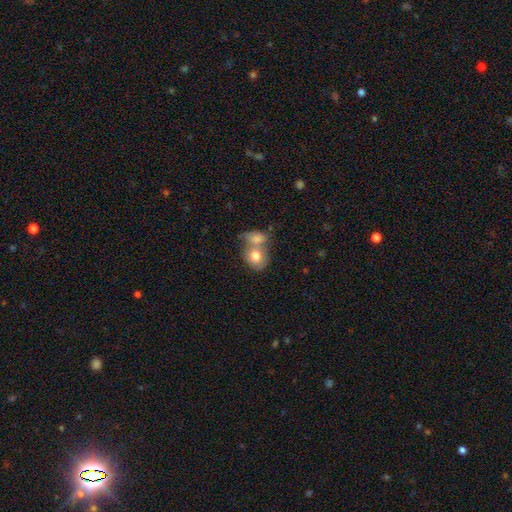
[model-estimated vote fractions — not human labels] Overall: smooth (77%). How rounded: round (51%; in between 48%). Merging: merger (65%).